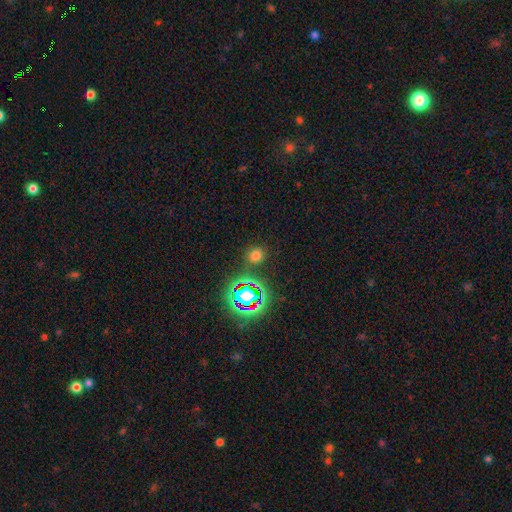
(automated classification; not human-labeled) Smooth or featured: smooth — 65% (star or artifact — 28%)
How rounded: round — 85% (in between — 14%)
Merging: none — 84% (minor disturbance — 8%)